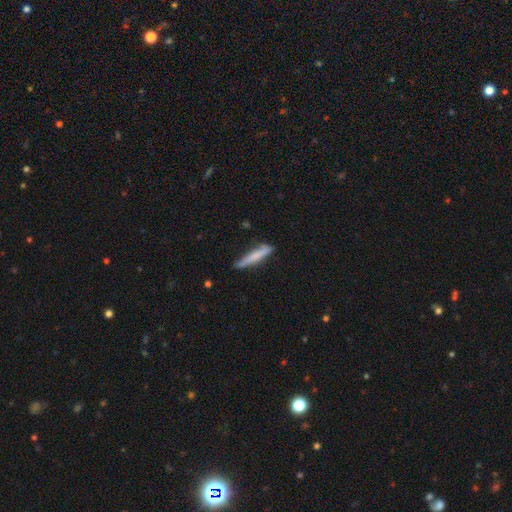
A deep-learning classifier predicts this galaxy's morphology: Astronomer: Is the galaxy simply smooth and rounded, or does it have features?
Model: smooth — 66%.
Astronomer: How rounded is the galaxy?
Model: cigar-shaped — 92%.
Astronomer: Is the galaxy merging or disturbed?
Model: none — 73%.